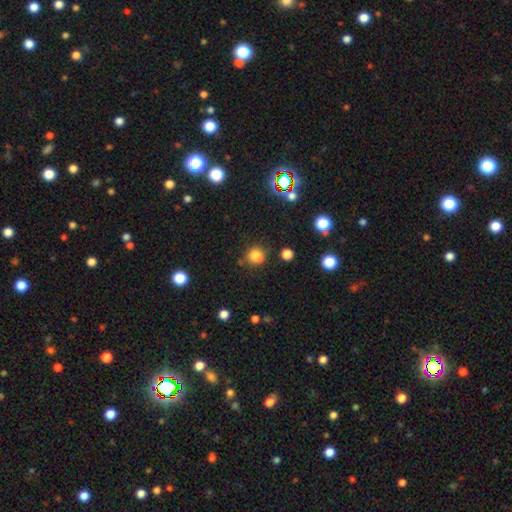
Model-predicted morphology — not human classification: This is likely a smooth galaxy (79%). How rounded: clearly round (86%). Merging: likely none (78%).